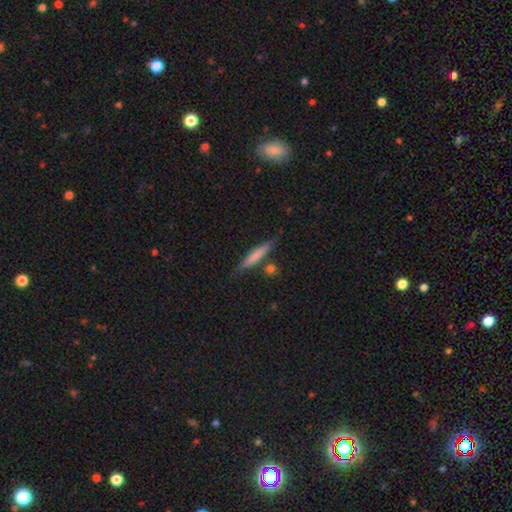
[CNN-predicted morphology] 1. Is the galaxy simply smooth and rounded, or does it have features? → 71% smooth, 23% featured or disk, 6% star or artifact.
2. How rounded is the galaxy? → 90% cigar-shaped, 8% in between, 2% round.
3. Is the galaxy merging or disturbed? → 78% none, 13% minor disturbance, 6% merger, 3% major disturbance.